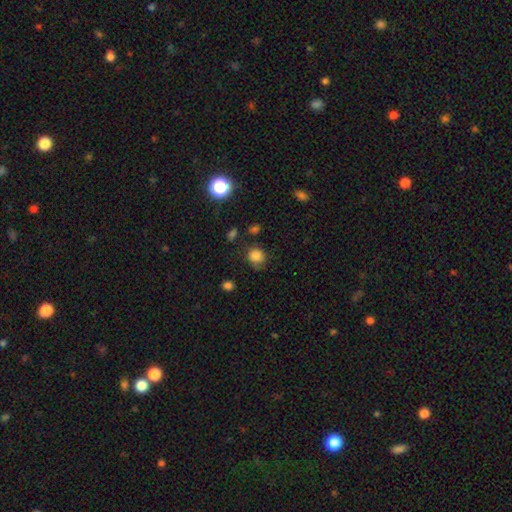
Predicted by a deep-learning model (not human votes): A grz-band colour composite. It shows a smooth galaxy with no disk features (83%) that is round (83%). Merging: none (71%).